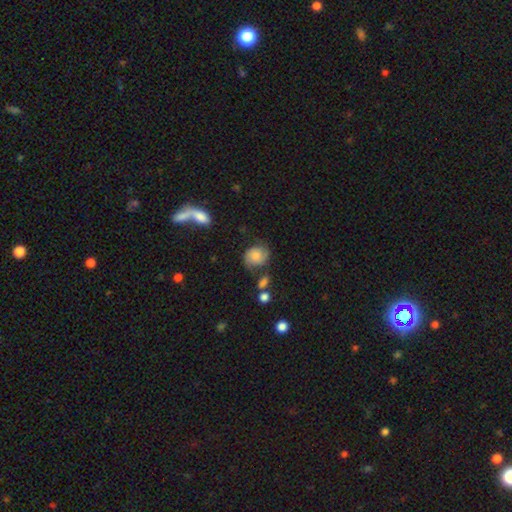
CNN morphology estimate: This is possibly a featured or disk galaxy (49%). Merging: likely none (61%).